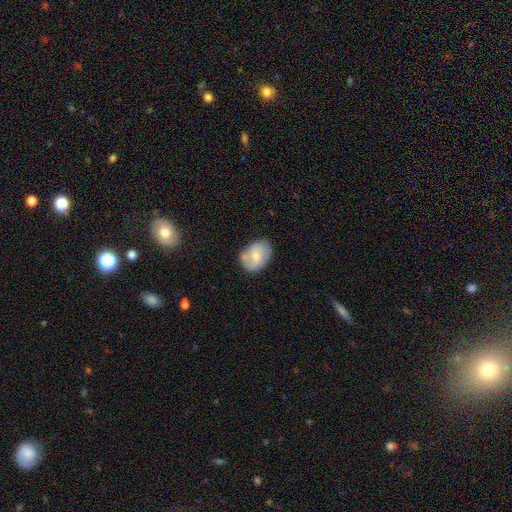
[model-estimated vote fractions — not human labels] This is possibly a smooth galaxy (59%). How rounded: likely in between (73%). Merging: likely none (68%).